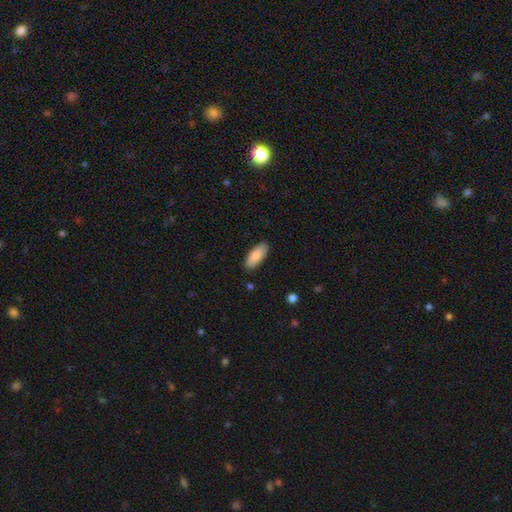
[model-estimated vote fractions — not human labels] Morphology: type=smooth (86%); roundness=in between (83%); merging=none (87%).